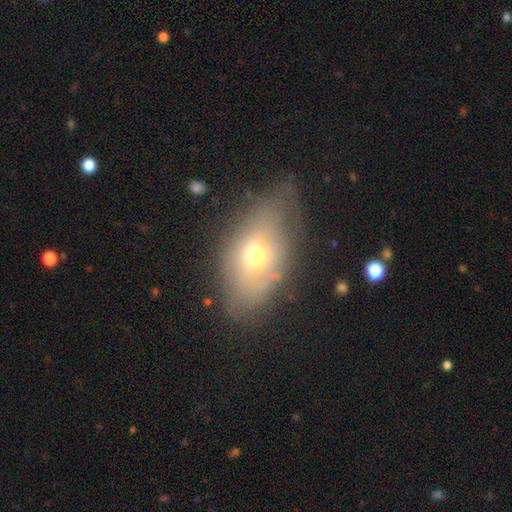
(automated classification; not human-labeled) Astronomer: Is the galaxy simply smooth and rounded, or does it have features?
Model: smooth — 59%.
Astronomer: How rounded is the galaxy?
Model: in between — 85%.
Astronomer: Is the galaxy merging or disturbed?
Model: none — 53% (runner-up: minor disturbance, 28%).